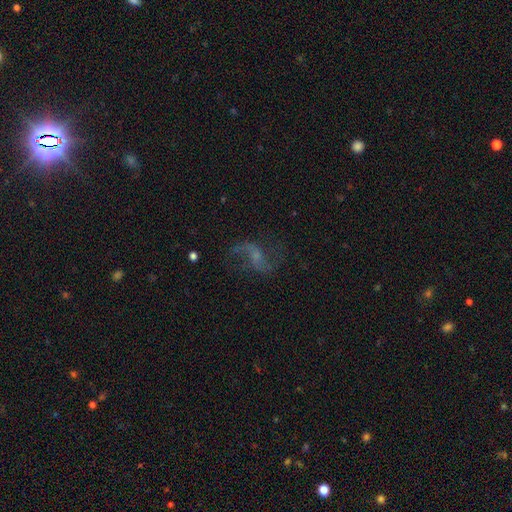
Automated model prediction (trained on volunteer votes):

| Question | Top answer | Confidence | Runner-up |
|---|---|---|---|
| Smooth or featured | featured or disk | 78% | star or artifact (11%) |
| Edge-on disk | no | 97% | yes (3%) |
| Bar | no | 44% | weak (42%) |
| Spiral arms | yes | 92% | no (8%) |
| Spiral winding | loose | 83% | medium (14%) |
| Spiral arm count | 2 | 87% | 1 (6%) |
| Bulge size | small | 51% | none (26%) |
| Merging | none | 67% | minor disturbance (15%) |